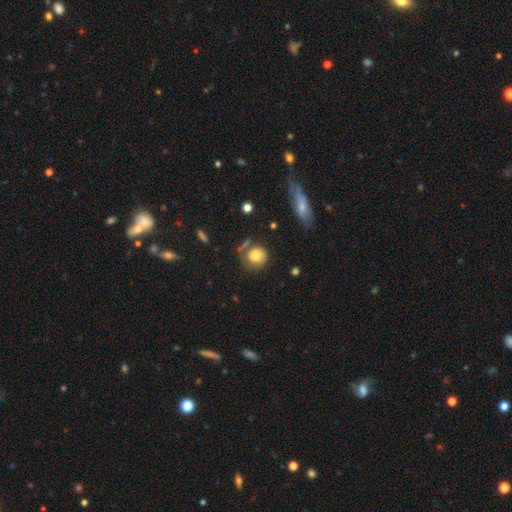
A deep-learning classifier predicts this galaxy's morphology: Smooth or featured? smooth (79%)
How rounded? round (84%)
Merging? none (62%)